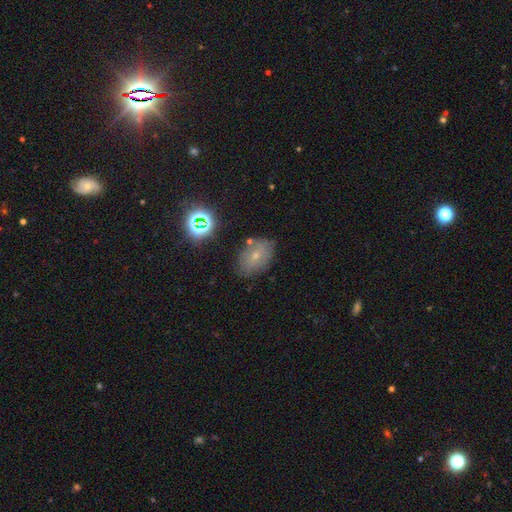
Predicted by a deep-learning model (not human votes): A smooth galaxy with no disk features (56%) that is in between round and cigar-shaped (81%). Merging: none (74%).